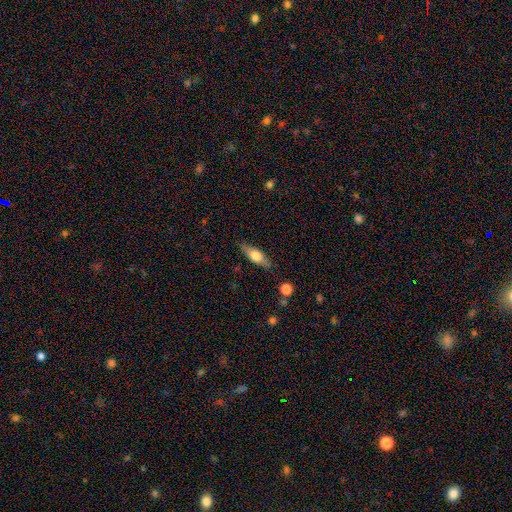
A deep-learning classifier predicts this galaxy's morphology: smooth 60%, featured or disk 33%, star or artifact 7%. Down the decision tree: how rounded — in between (61%); merging — none (81%).